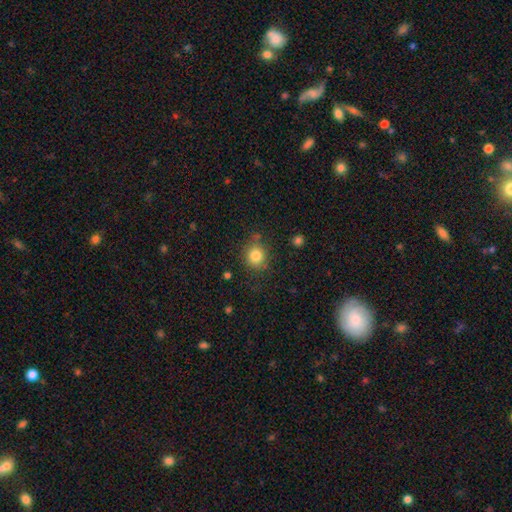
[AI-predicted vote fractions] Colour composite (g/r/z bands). It shows a smooth galaxy with no disk features (83%) that is round (82%). Merging: none (76%).